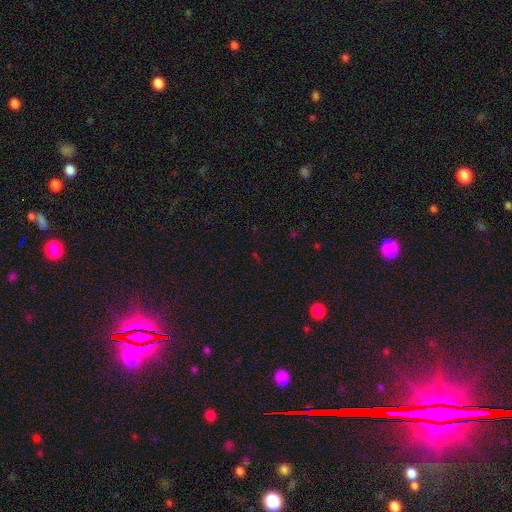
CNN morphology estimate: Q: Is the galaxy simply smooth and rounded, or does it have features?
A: star or artifact — 70%.